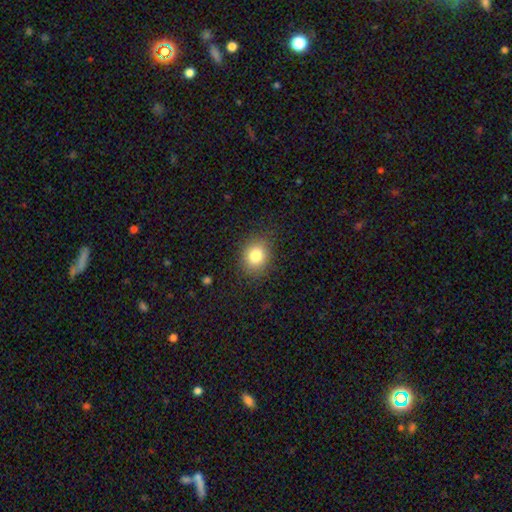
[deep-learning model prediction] Smooth or featured: smooth — 82% (star or artifact — 11%)
How rounded: round — 59% (in between — 40%)
Merging: none — 85% (minor disturbance — 11%)